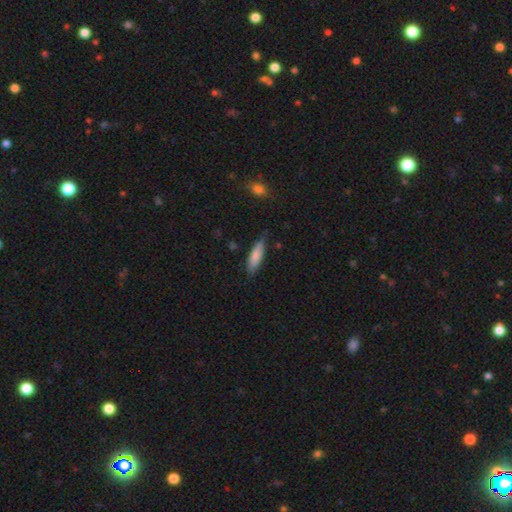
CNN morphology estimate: The model was most divided on "how rounded": cigar-shaped: 60%, in between: 38%, round: 2%. More confident: smooth or featured — smooth (81%); merging — none (72%).